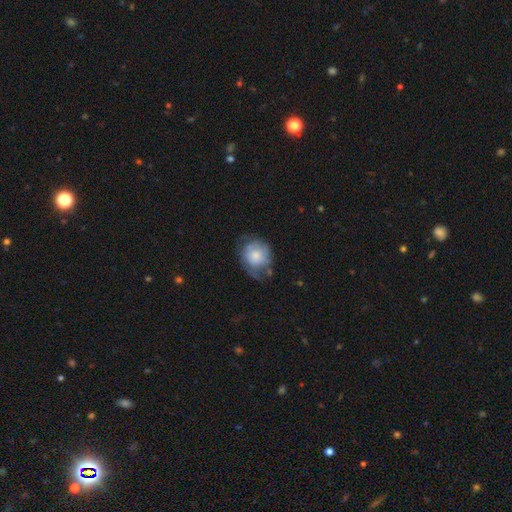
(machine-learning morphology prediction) type=smooth (59%); roundness=round (70%); merging=none (42%).